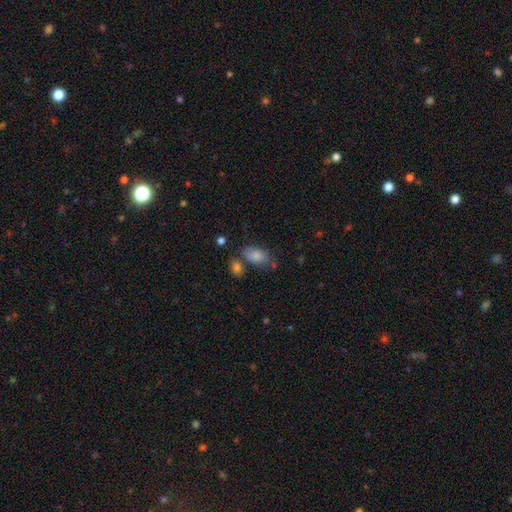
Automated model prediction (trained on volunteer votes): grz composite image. It shows a smooth galaxy with no disk features (82%) that is in between round and cigar-shaped (92%). Merging: none (63%).